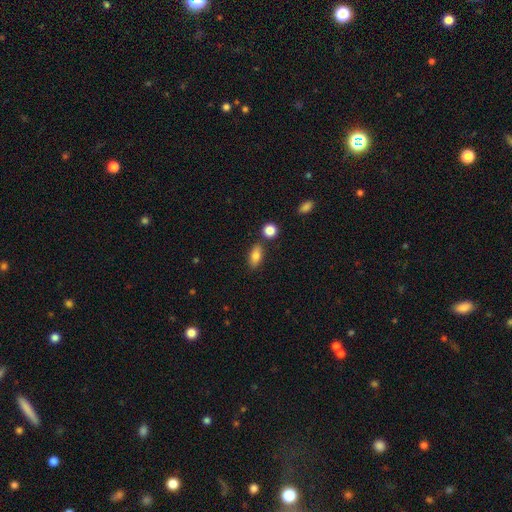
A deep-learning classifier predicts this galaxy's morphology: Smooth or featured: smooth — 80% (featured or disk — 12%)
How rounded: in between — 83% (cigar-shaped — 10%)
Merging: none — 78% (minor disturbance — 12%)